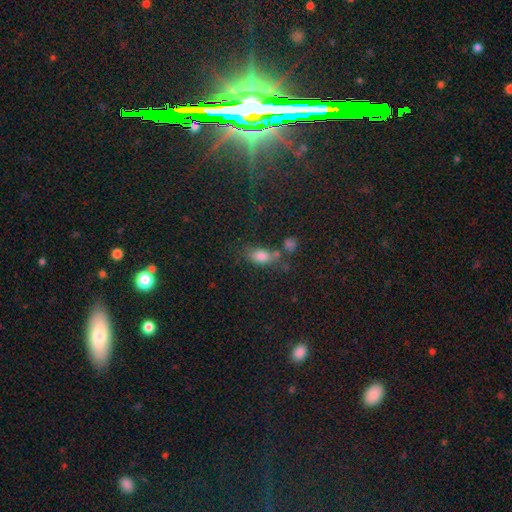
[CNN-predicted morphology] type=star or artifact (69%).